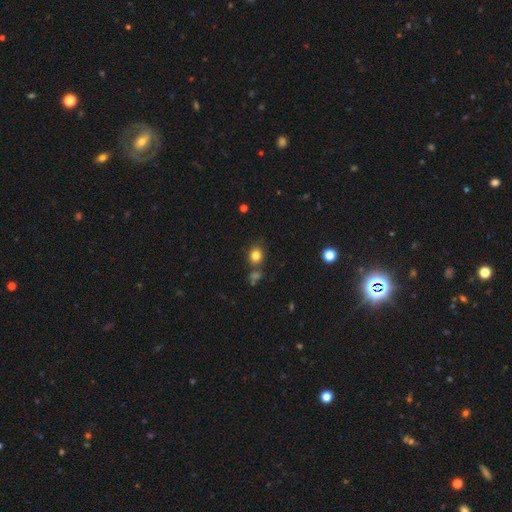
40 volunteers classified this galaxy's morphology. This is likely a smooth galaxy (78%). How rounded: likely round (74%). Merging: clearly none (86%).